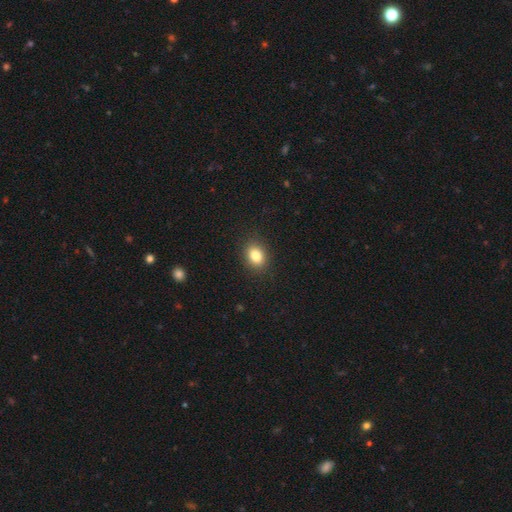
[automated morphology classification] A smooth galaxy with no disk features (83%) that is in between round and cigar-shaped (55%).

Vote fractions:
- Smooth or featured? smooth: 83% / star or artifact: 11% / featured or disk: 7%
- How rounded? in between: 55% / round: 44% / cigar-shaped: 1%
- Merging? none: 89% / minor disturbance: 8% / major disturbance: 2% / merger: 1%